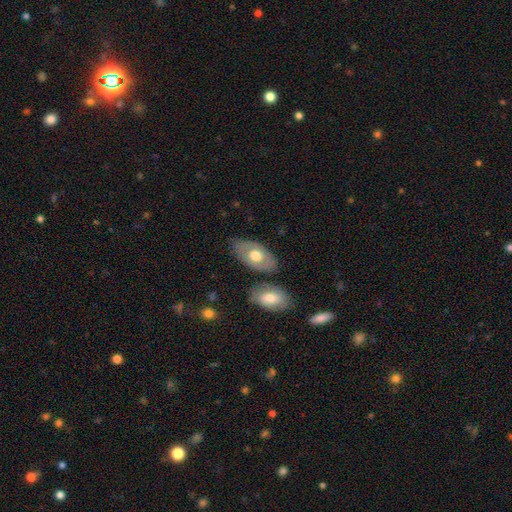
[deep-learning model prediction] Smooth or featured? smooth (54%)
How rounded? in between (92%)
Merging? none (74%)